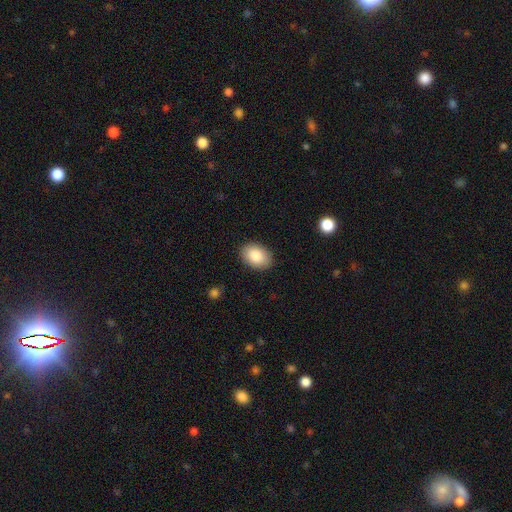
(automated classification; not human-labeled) Smooth or featured? smooth (87%)
How rounded? in between (80%)
Merging? none (89%)